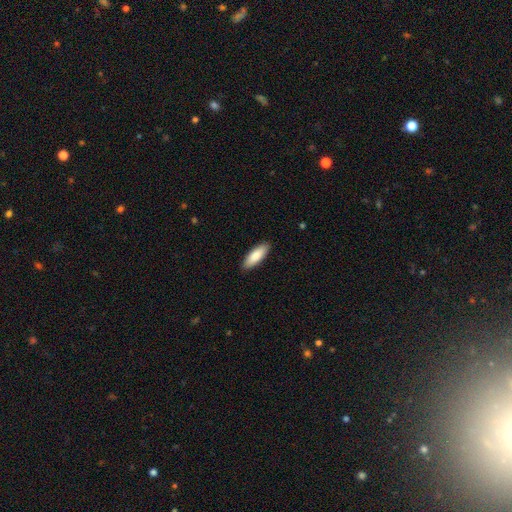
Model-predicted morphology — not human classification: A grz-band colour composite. It shows a smooth galaxy with no disk features (85%) that is in between round and cigar-shaped (60%). Merging: none (90%).